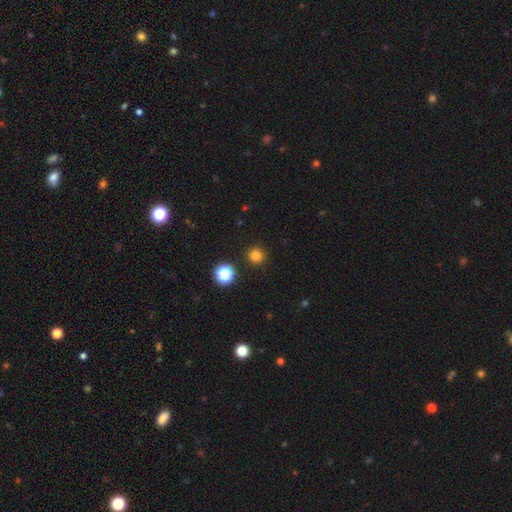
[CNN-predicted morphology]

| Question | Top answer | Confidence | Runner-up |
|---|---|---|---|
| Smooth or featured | smooth | 80% | star or artifact (16%) |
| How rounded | round | 94% | in between (5%) |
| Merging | none | 92% | minor disturbance (5%) |